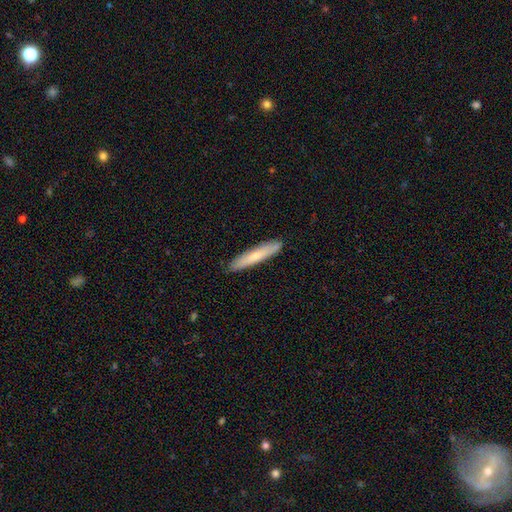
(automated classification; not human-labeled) Smooth or featured? smooth (67%)
How rounded? cigar-shaped (92%)
Merging? none (90%)